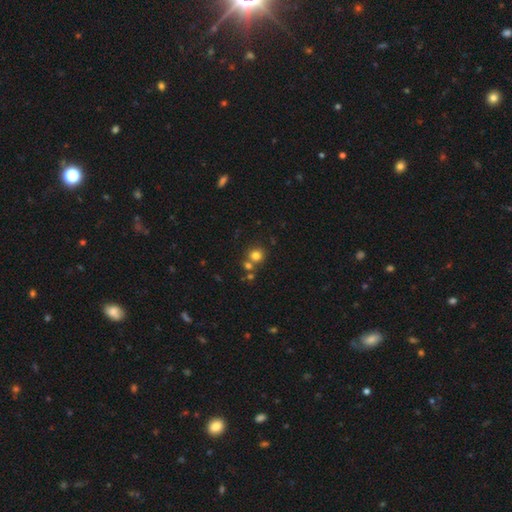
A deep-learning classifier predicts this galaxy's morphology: smooth 77%, star or artifact 14%, featured or disk 9%. Down the decision tree: how rounded — round (86%); merging — none (62%).